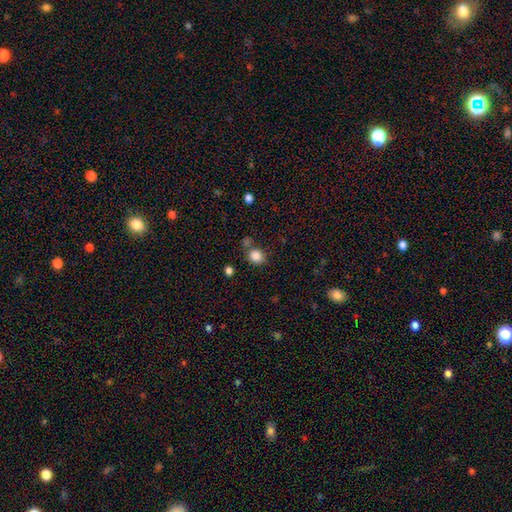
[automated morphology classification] Smooth or featured? Predicted: smooth (p=0.86). How rounded? Predicted: round (p=0.72). Merging? Predicted: none (p=0.71).